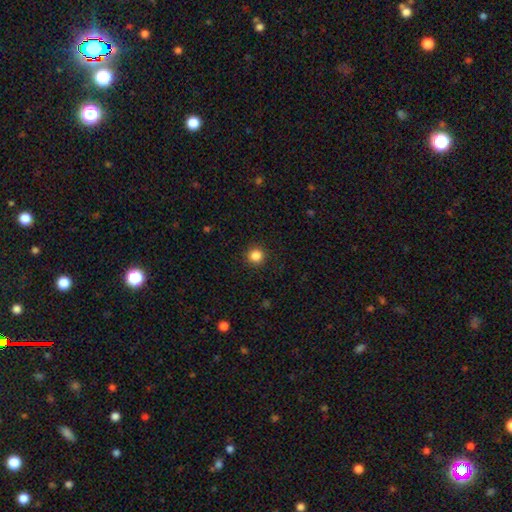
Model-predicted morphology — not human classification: This appears to be a smooth galaxy with no disk features (86%) that is round (94%). Merging: none (92%).